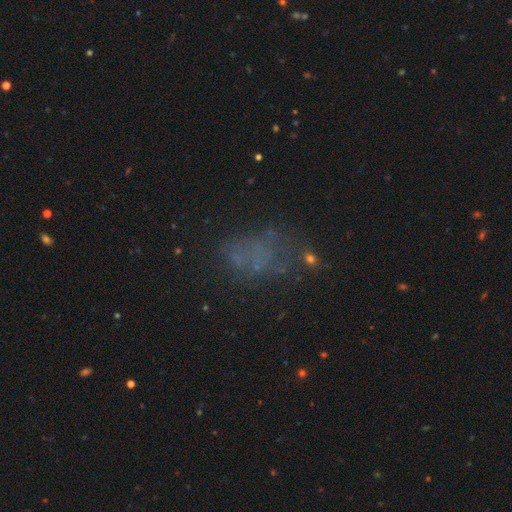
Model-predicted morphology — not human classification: This appears to be a smooth galaxy with no disk features (40%). Merging: none (53%).